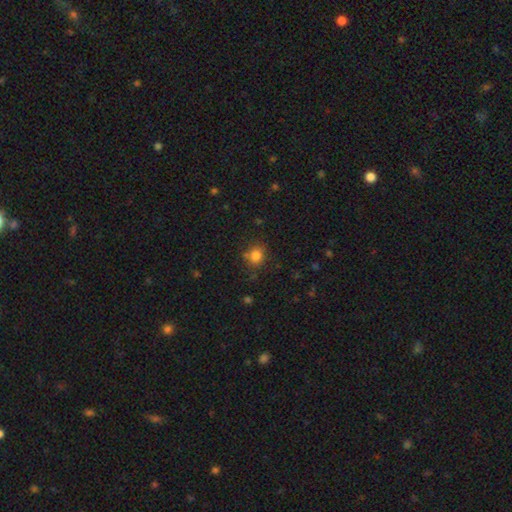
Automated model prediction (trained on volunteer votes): Smooth or featured? smooth (81%)
How rounded? round (72%)
Merging? none (75%)